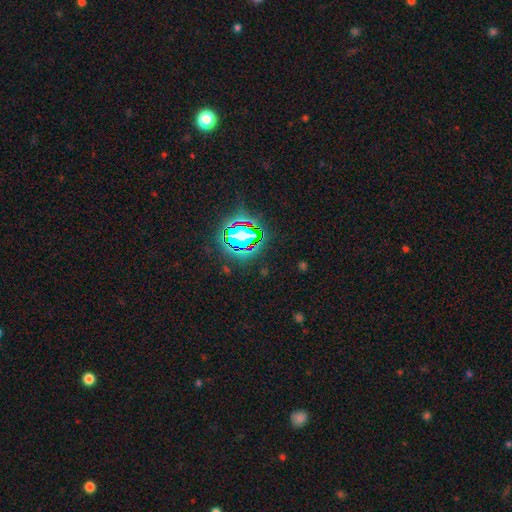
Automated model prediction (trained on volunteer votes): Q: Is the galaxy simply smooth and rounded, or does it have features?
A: star or artifact — 80%.